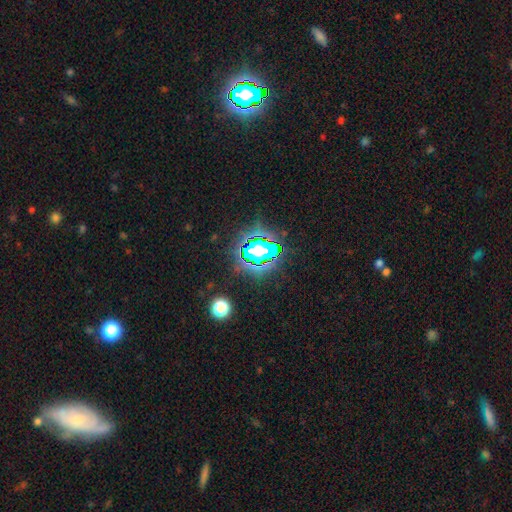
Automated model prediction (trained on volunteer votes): Smooth or featured?
  - star or artifact: 65% *
  - smooth: 21%
  - featured or disk: 14%